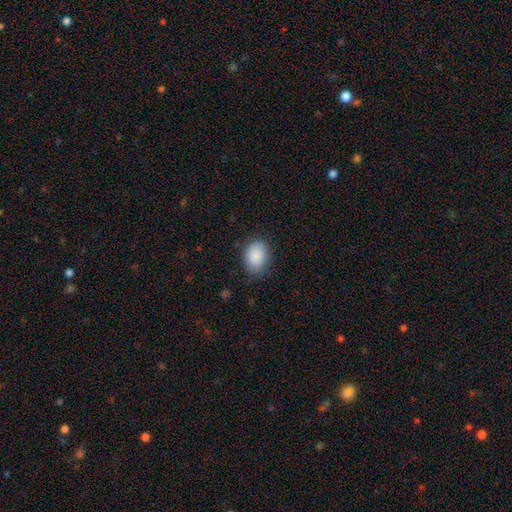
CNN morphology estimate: smooth_or_featured: smooth (p=0.89) [alt: star or artifact p=0.07]
how_rounded: in between (p=0.75) [alt: round p=0.24]
merging: none (p=0.80) [alt: minor disturbance p=0.15]